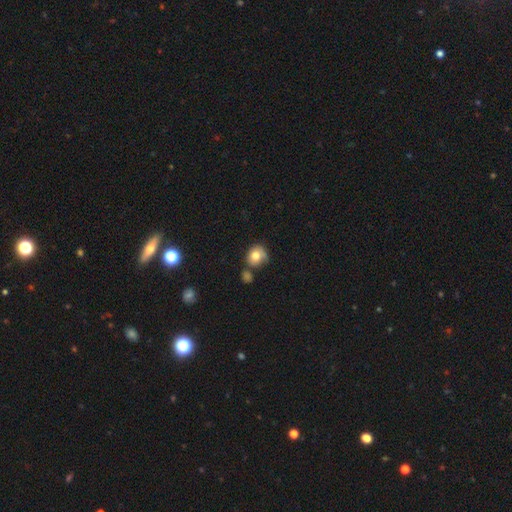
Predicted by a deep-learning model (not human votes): smooth-or-featured: smooth: 75% | featured or disk: 16% | star or artifact: 9%
  how-rounded: round: 74% | in between: 25% | cigar-shaped: 1%
  merging: none: 49% | minor disturbance: 26% | merger: 14% | major disturbance: 11%